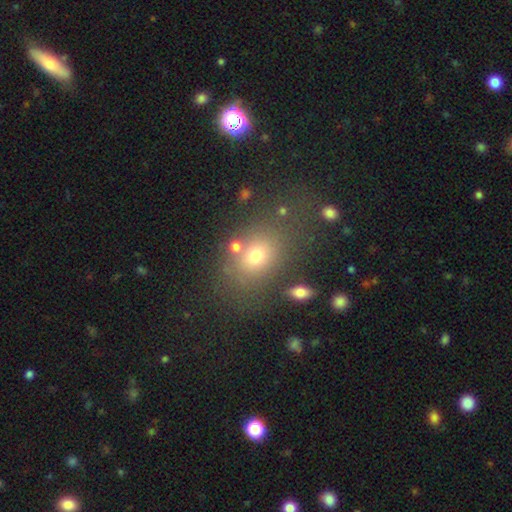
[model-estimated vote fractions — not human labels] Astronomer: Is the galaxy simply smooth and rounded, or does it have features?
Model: smooth — 69%.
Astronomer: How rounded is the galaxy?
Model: in between — 61% (runner-up: round, 37%).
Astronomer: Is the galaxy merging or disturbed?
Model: none — 69%.